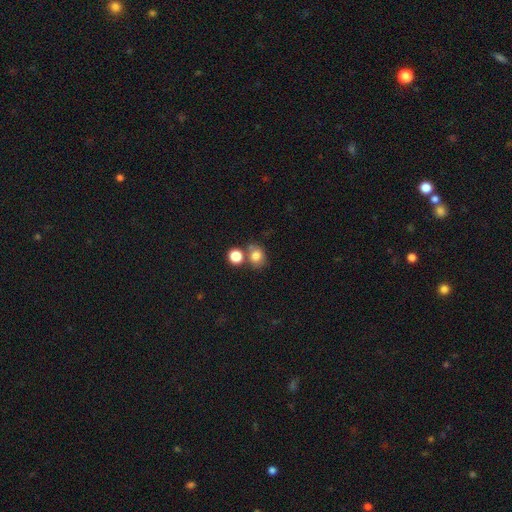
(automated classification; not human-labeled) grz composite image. It shows a smooth galaxy with no disk features (79%) that is round (67%). Merging: none (59%).